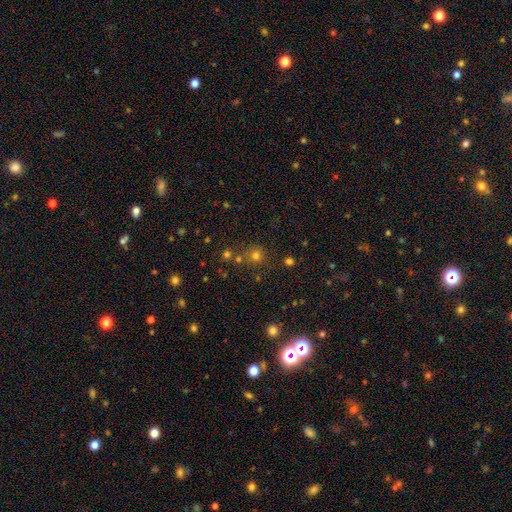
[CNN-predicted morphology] This is likely a smooth galaxy (70%). How rounded: clearly round (91%). Merging: likely none (73%).